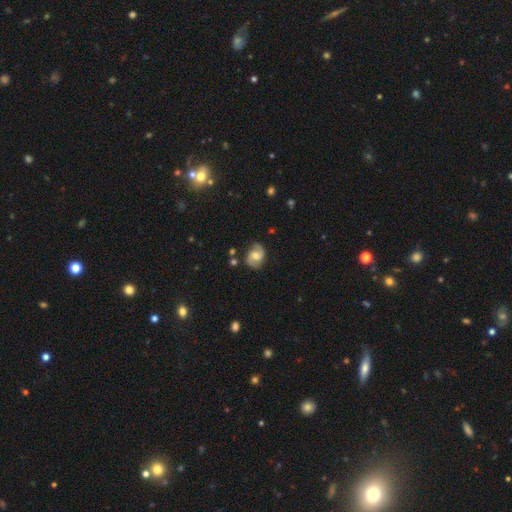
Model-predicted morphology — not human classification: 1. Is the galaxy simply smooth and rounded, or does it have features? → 74% featured or disk, 19% smooth, 7% star or artifact.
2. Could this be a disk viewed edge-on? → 98% no, 2% yes.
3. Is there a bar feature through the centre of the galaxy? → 51% no, 41% weak, 8% strong.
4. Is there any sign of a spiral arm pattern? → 94% yes, 6% no.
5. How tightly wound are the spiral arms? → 51% medium, 25% loose, 24% tight.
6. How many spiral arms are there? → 91% 2, 4% can't tell, 2% 1, 1% 3, 1% 4, 1% more than 4.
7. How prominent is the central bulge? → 60% moderate, 22% small, 11% large, 5% none, 2% dominant.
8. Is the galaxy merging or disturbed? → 81% none, 14% minor disturbance, 4% major disturbance, 2% merger.